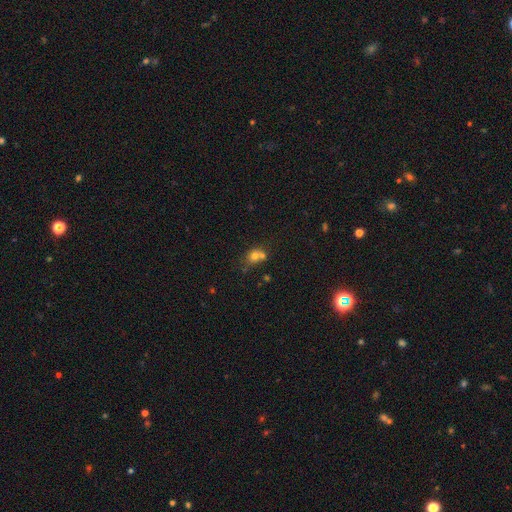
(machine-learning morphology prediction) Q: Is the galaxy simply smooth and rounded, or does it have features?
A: smooth — 70%.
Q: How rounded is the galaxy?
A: round — 64%.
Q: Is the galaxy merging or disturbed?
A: merger — 52%.